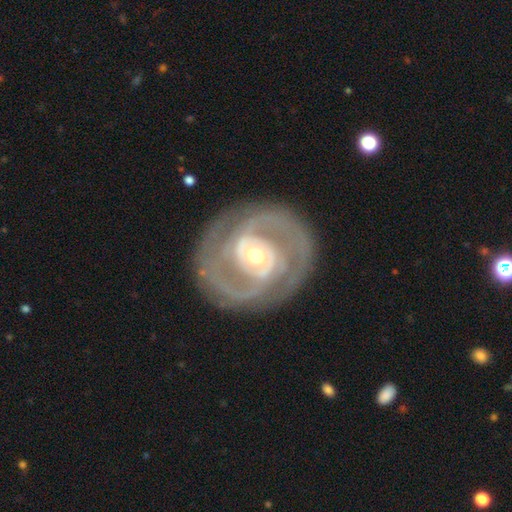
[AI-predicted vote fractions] The model was most divided on "bar": no: 50%, weak: 32%, strong: 17%. More confident: edge-on disk — no (97%); spiral arms — yes (94%); smooth or featured — featured or disk (89%); merging — none (81%); spiral arm count — 2 (67%); bulge size — moderate (63%); spiral winding — tight (63%).